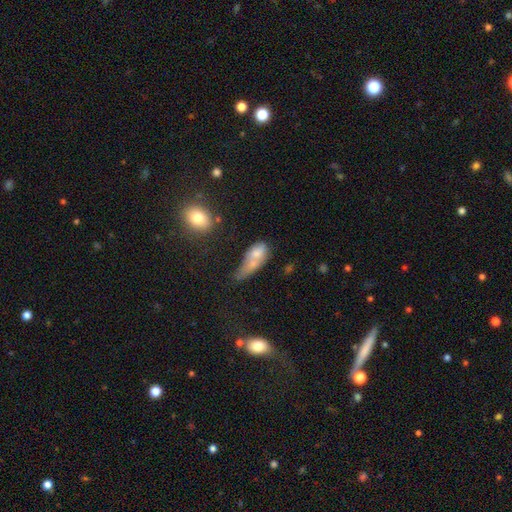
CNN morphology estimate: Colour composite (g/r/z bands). It shows a smooth galaxy with no disk features (65%) that is in between round and cigar-shaped (74%). Merging: merger (42%).